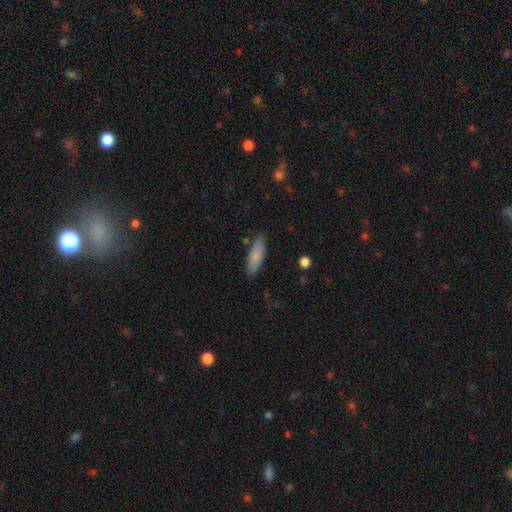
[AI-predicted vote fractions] Overall: smooth (82%). How rounded: in between (54%; cigar-shaped 44%). Merging: none (83%).